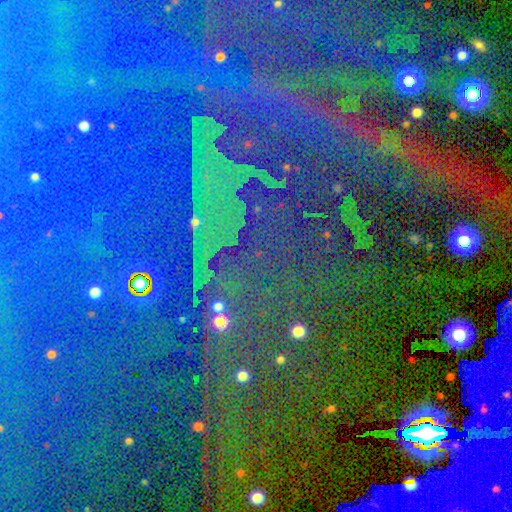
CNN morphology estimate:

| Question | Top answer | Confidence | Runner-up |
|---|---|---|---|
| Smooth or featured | star or artifact | 86% | featured or disk (7%) |